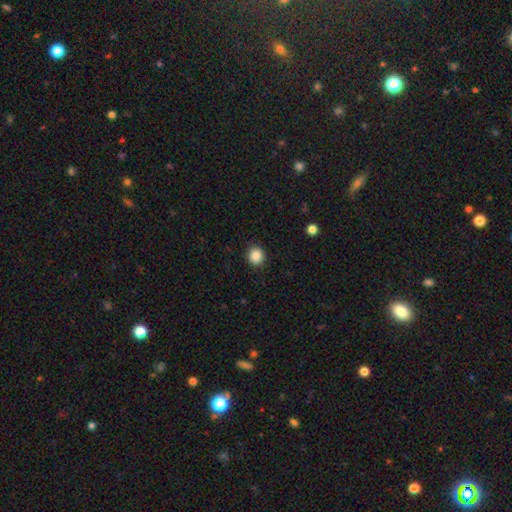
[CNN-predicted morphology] A smooth galaxy with no disk features (87%) that is round (87%).

Vote fractions:
- Smooth or featured? smooth: 87% / star or artifact: 10% / featured or disk: 3%
- How rounded? round: 87% / in between: 12% / cigar-shaped: 1%
- Merging? none: 91% / minor disturbance: 6% / major disturbance: 2% / merger: 1%